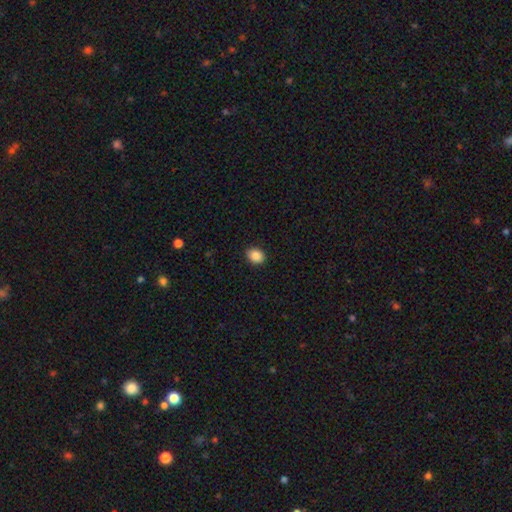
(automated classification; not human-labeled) Smooth or featured?
  - smooth: 88% *
  - star or artifact: 9%
  - featured or disk: 4%
How rounded?
  - in between: 58% *
  - round: 41%
  - cigar-shaped: 1%
Merging?
  - none: 90% *
  - minor disturbance: 8%
  - major disturbance: 2%
  - merger: 1%